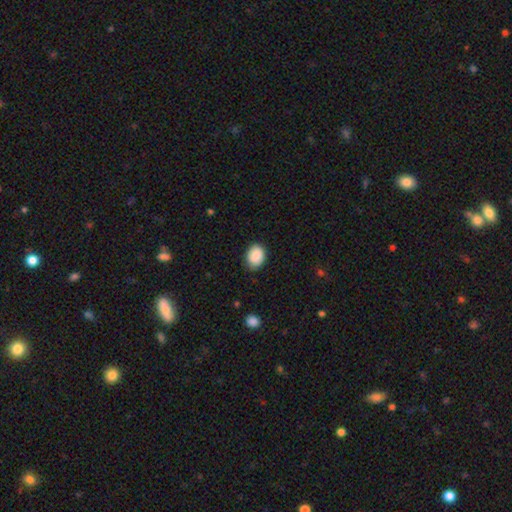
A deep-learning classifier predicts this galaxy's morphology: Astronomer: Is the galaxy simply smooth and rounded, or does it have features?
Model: smooth — 89%.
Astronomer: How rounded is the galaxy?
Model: in between — 69%.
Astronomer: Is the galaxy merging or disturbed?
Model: none — 80%.